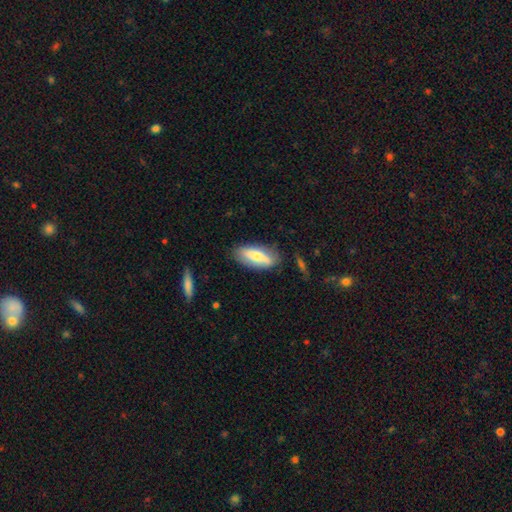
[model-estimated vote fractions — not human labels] smooth 67%, featured or disk 27%, star or artifact 6%. Down the decision tree: how rounded — in between (72%); merging — none (77%).